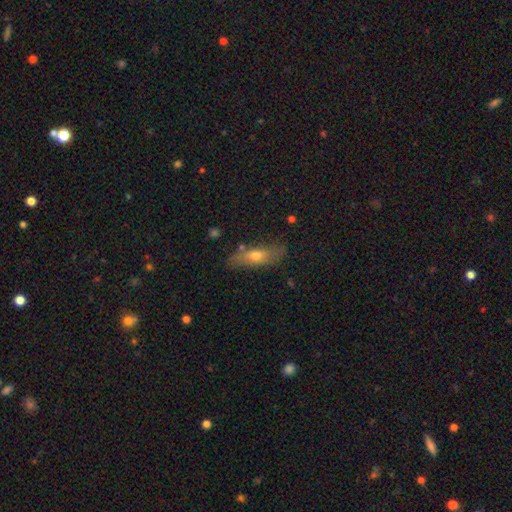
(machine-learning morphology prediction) smooth-or-featured: smooth: 58% | featured or disk: 34% | star or artifact: 8%
  how-rounded: in between: 51% | cigar-shaped: 45% | round: 4%
  merging: none: 76% | minor disturbance: 17% | major disturbance: 4% | merger: 3%